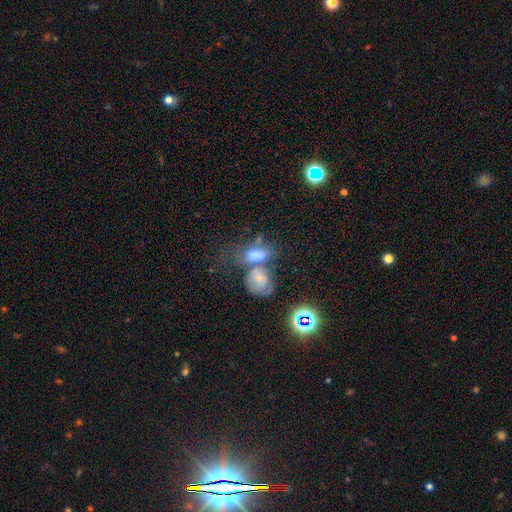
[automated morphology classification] Q: Smooth or featured?
A: smooth (57%); runner-up: featured or disk (22%)
Q: How rounded?
A: in between (75%); runner-up: round (20%)
Q: Merging?
A: merger (53%); runner-up: none (25%)